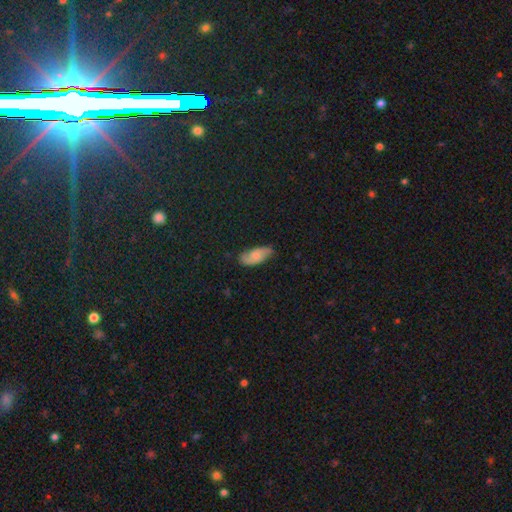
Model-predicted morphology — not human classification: Smooth or featured? smooth (57%)
How rounded? in between (87%)
Merging? none (72%)